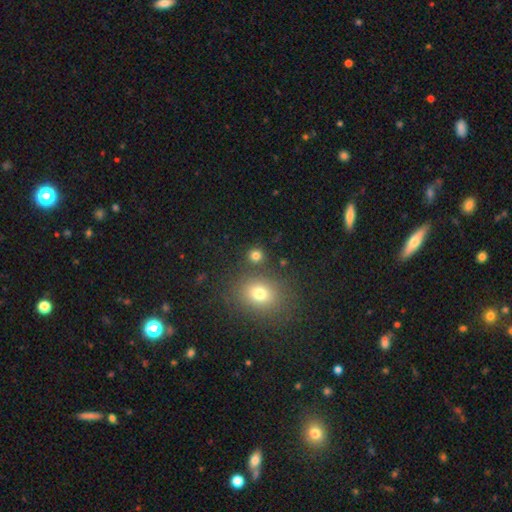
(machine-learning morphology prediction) Smooth or featured?
  - smooth: 78% *
  - star or artifact: 16%
  - featured or disk: 6%
How rounded?
  - round: 87% *
  - in between: 12%
  - cigar-shaped: 1%
Merging?
  - none: 81% *
  - merger: 10%
  - minor disturbance: 7%
  - major disturbance: 3%